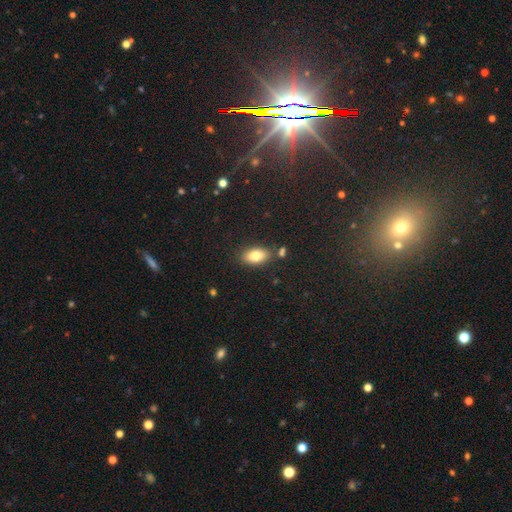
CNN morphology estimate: A smooth galaxy with no disk features (80%) that is in between round and cigar-shaped (90%). Merging: none (80%).